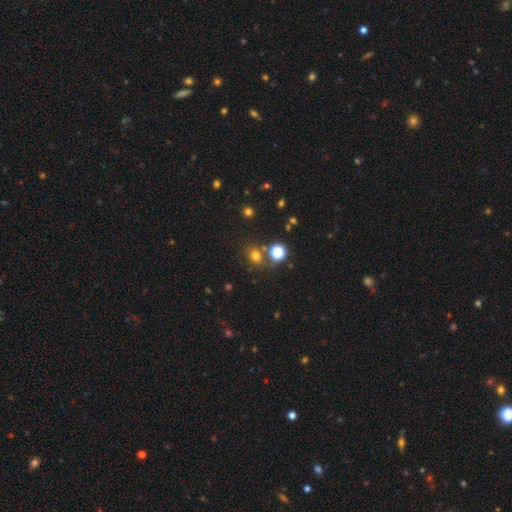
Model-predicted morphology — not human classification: This appears to be a smooth galaxy with no disk features (71%) that is round (66%). Merging: none (70%).